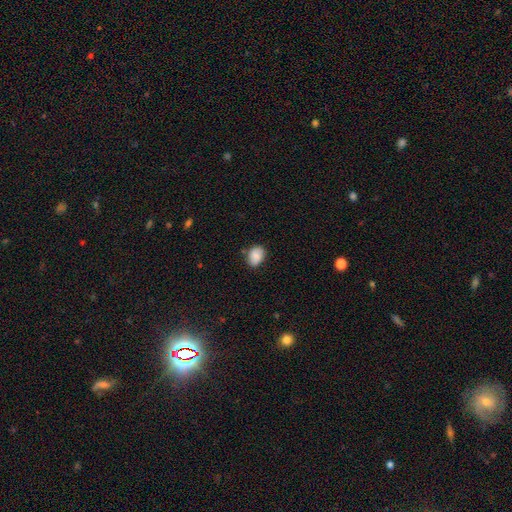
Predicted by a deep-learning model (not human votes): A smooth galaxy with no disk features (85%) that is in between round and cigar-shaped (73%).

Vote fractions:
- Smooth or featured? smooth: 85% / star or artifact: 8% / featured or disk: 7%
- How rounded? in between: 73% / round: 26% / cigar-shaped: 1%
- Merging? none: 71% / minor disturbance: 22% / major disturbance: 4% / merger: 3%